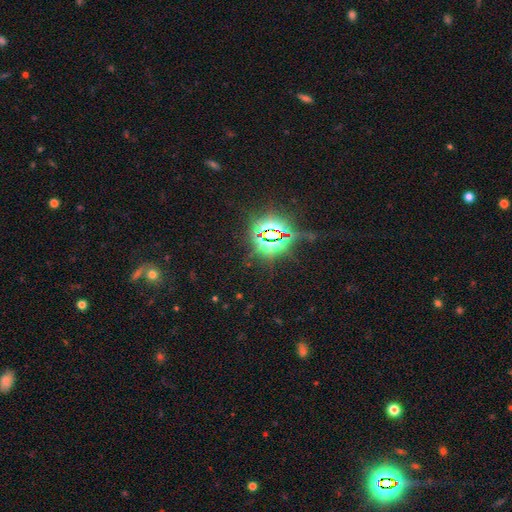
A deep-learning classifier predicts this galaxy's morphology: The model was most divided on "smooth or featured": star or artifact: 82%, smooth: 10%, featured or disk: 7%.